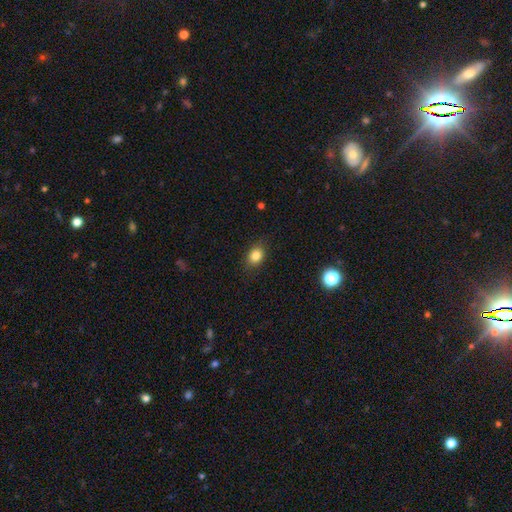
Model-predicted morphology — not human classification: This is clearly a smooth galaxy (83%). How rounded: possibly in between (56%). Merging: clearly none (83%).